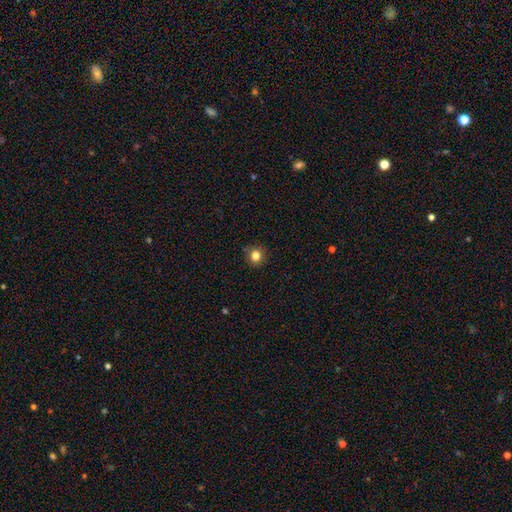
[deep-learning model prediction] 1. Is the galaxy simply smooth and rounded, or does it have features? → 82% smooth, 12% star or artifact, 6% featured or disk.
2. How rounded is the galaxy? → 92% round, 7% in between, 1% cigar-shaped.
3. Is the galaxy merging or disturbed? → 88% none, 9% minor disturbance, 2% major disturbance, 1% merger.